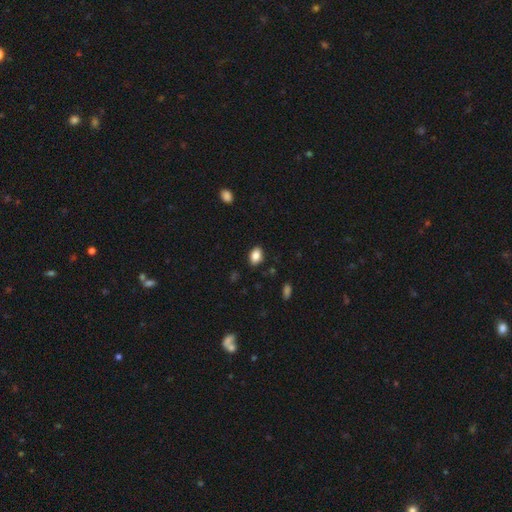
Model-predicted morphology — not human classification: Smooth or featured: smooth — 87% (star or artifact — 8%)
How rounded: in between — 84% (round — 15%)
Merging: none — 86% (minor disturbance — 11%)